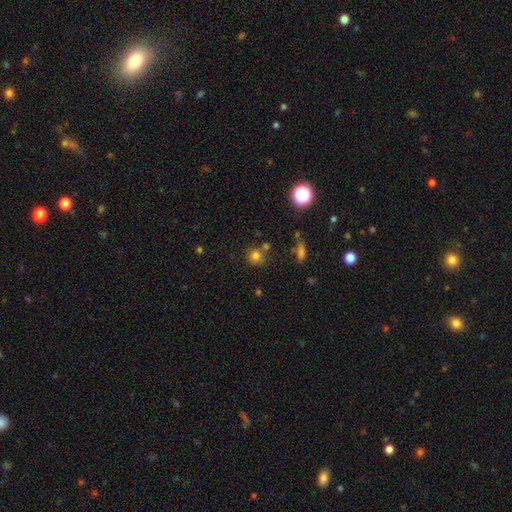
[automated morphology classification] The model was most divided on "merging": none: 71%, merger: 15%, minor disturbance: 11%, major disturbance: 4%. More confident: how rounded — round (89%); smooth or featured — smooth (77%).